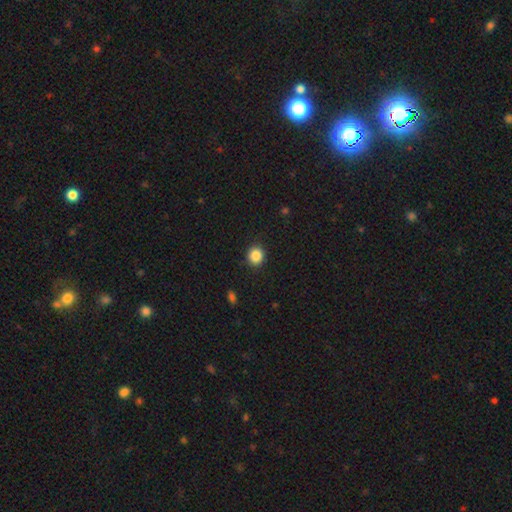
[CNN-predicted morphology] smooth-or-featured: smooth: 87% | star or artifact: 10% | featured or disk: 3%
  how-rounded: round: 84% | in between: 15% | cigar-shaped: 1%
  merging: none: 90% | minor disturbance: 7% | major disturbance: 2% | merger: 1%